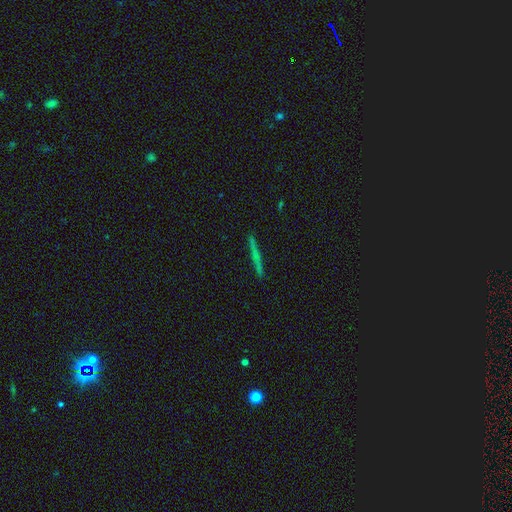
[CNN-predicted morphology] This is possibly a smooth galaxy (46%). Merging: clearly none (91%).